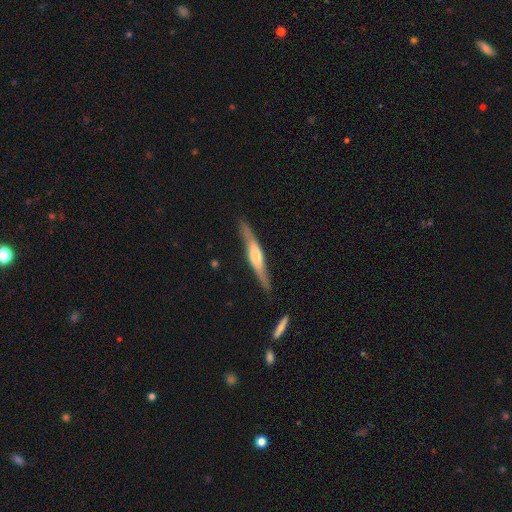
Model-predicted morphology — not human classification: This is likely a featured or disk galaxy (69%). It is clearly viewed edge-on (94%). Edge-on bulge: likely rounded (69%). Merging: clearly none (83%).